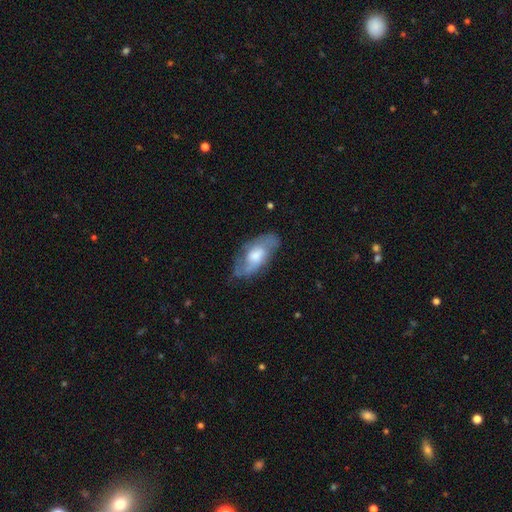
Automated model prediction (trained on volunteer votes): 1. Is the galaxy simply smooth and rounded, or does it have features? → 58% featured or disk, 36% smooth, 6% star or artifact.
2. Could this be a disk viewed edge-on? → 89% no, 11% yes.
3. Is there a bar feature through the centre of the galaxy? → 57% no, 35% weak, 8% strong.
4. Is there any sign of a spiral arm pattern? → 78% yes, 22% no.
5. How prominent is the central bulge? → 50% moderate, 22% large, 21% small, 5% none, 2% dominant.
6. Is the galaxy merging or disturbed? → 63% none, 25% minor disturbance, 10% major disturbance, 2% merger.